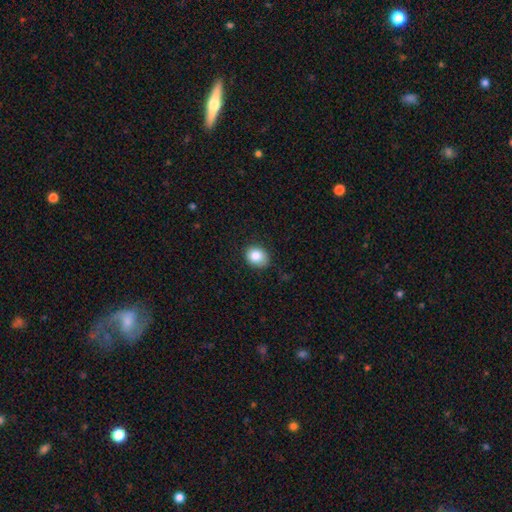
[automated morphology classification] Overall: smooth (85%). How rounded: round (58%; in between 41%). Merging: none (83%).